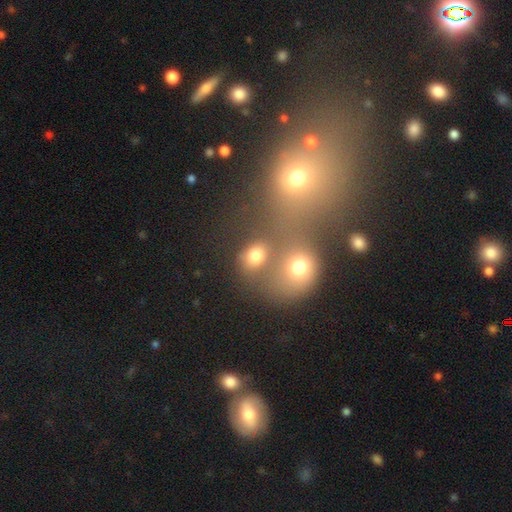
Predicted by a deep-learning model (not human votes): Morphology: type=smooth (75%); roundness=round (60%); merging=none (48%).